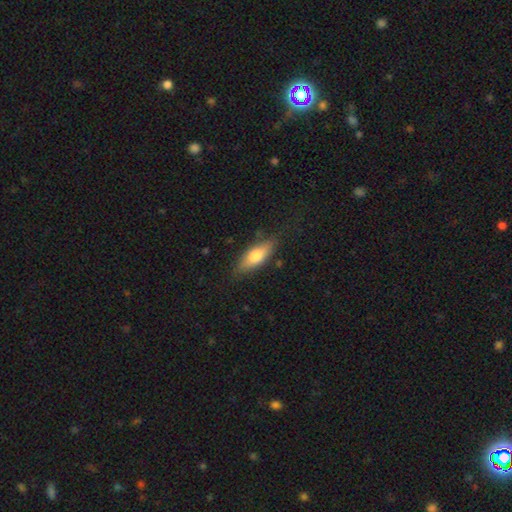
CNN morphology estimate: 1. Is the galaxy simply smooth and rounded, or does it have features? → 69% smooth, 25% featured or disk, 6% star or artifact.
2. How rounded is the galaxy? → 68% in between, 29% cigar-shaped, 3% round.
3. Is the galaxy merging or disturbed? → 80% none, 15% minor disturbance, 3% major disturbance, 2% merger.